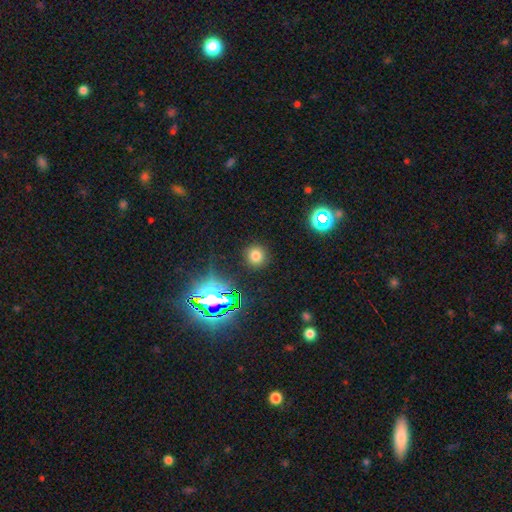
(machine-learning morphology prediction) This is likely a smooth galaxy (71%). How rounded: clearly round (91%). Merging: clearly none (88%).